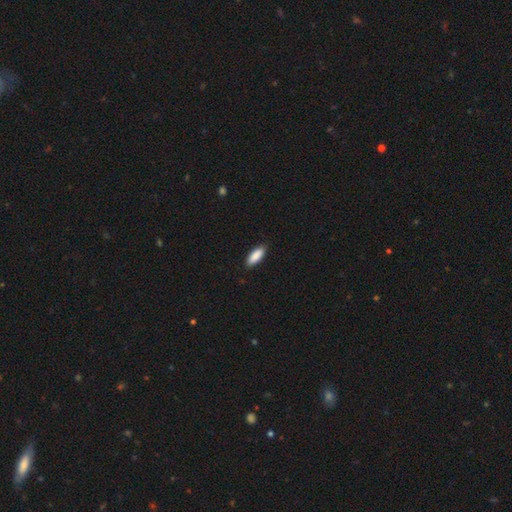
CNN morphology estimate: This appears to be a smooth galaxy with no disk features (90%) that is in between round and cigar-shaped (75%). Merging: none (88%).